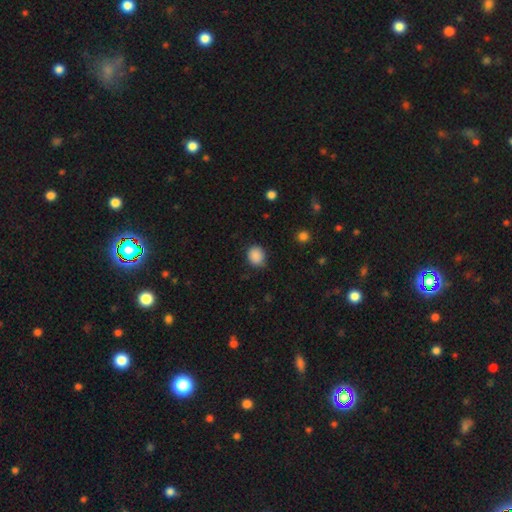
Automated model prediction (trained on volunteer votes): A smooth galaxy with no disk features (88%) that is round (71%). Merging: none (78%).